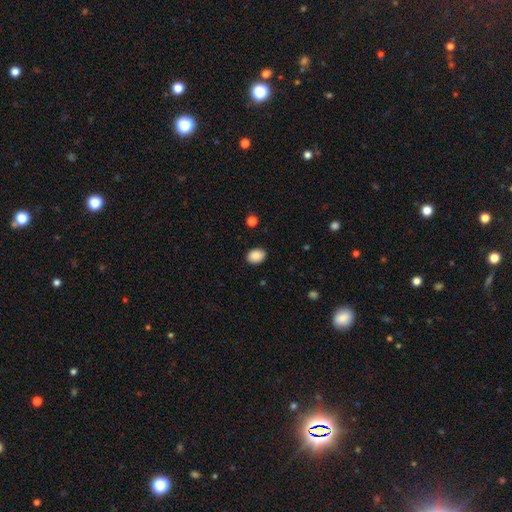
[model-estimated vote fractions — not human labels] Smooth or featured? smooth (89%)
How rounded? in between (66%)
Merging? none (87%)